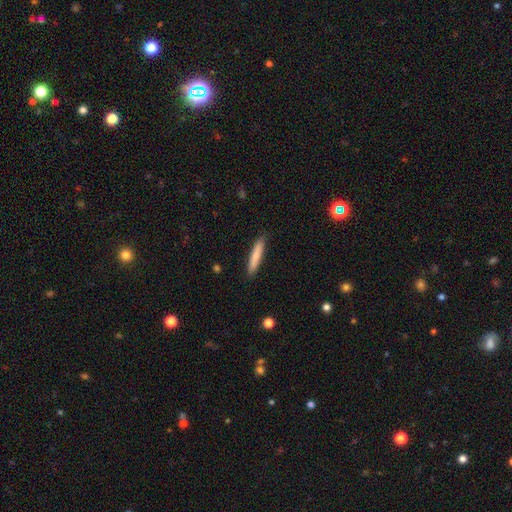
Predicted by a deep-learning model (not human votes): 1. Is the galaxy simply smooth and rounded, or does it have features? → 81% smooth, 14% featured or disk, 6% star or artifact.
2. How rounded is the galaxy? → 92% cigar-shaped, 7% in between, 1% round.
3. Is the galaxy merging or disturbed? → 89% none, 8% minor disturbance, 2% major disturbance, 1% merger.